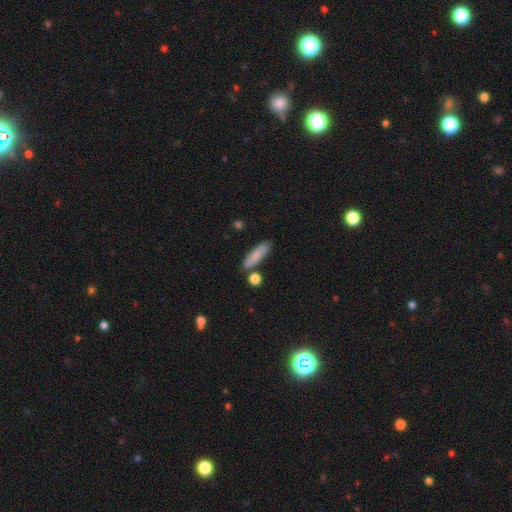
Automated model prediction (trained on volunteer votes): This appears to be a smooth galaxy with no disk features (81%) that is cigar-shaped (61%). Merging: none (78%).